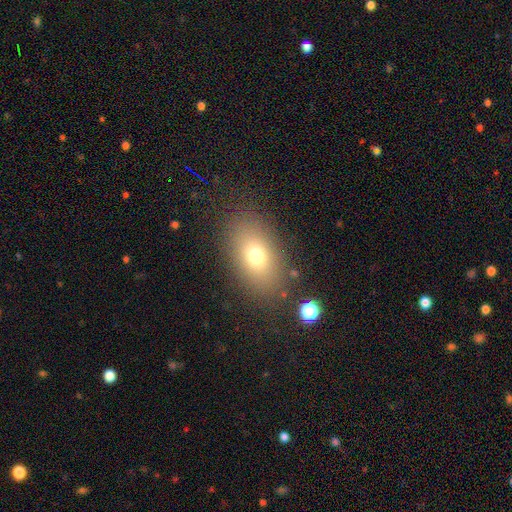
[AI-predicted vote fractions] Smooth or featured? smooth (72%)
How rounded? in between (84%)
Merging? none (83%)